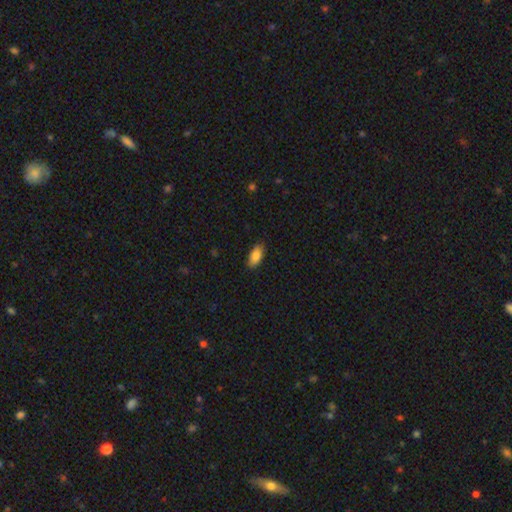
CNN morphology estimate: smooth_or_featured: smooth (p=0.85) [alt: featured or disk p=0.08]
how_rounded: in between (p=0.89) [alt: cigar-shaped p=0.09]
merging: none (p=0.85) [alt: minor disturbance p=0.12]